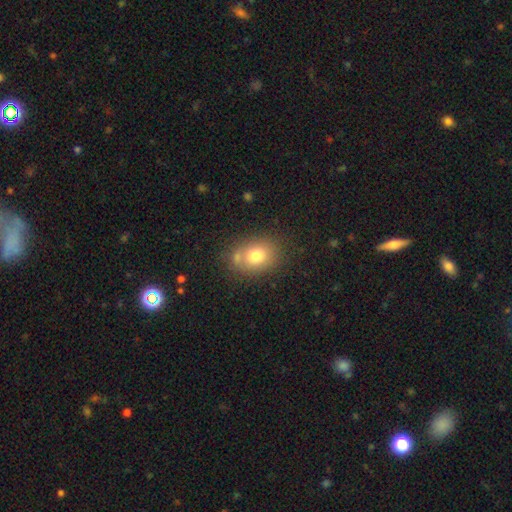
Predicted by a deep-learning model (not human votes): smooth_or_featured: smooth (p=0.76) [alt: featured or disk p=0.13]
how_rounded: in between (p=0.60) [alt: round p=0.39]
merging: none (p=0.64) [alt: minor disturbance p=0.15]